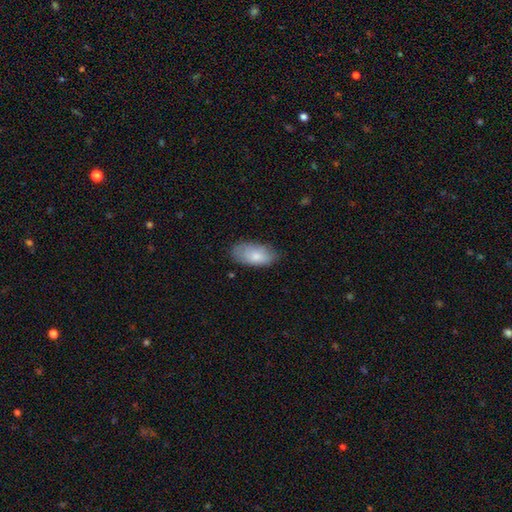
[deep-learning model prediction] A smooth galaxy with no disk features (78%) that is in between round and cigar-shaped (93%).

Vote fractions:
- Smooth or featured? smooth: 78% / featured or disk: 16% / star or artifact: 6%
- How rounded? in between: 93% / cigar-shaped: 5% / round: 3%
- Merging? none: 73% / minor disturbance: 22% / major disturbance: 5% / merger: 1%